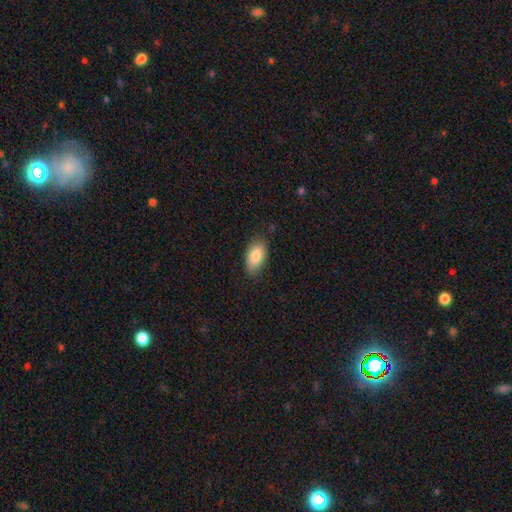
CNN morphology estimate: This appears to be a smooth galaxy with no disk features (83%) that is in between round and cigar-shaped (92%). Merging: none (81%).